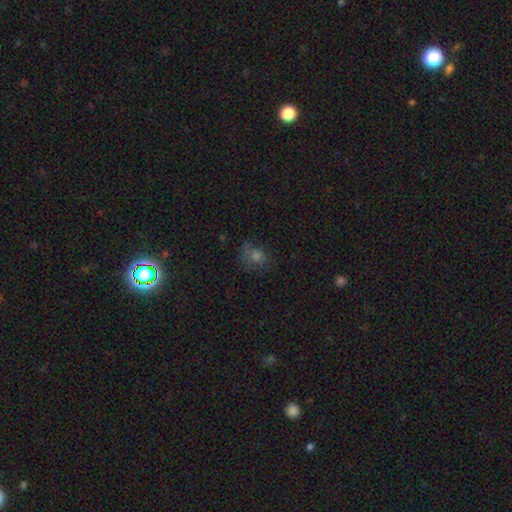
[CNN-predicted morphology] Smooth or featured? smooth (56%)
How rounded? round (69%)
Merging? none (55%)